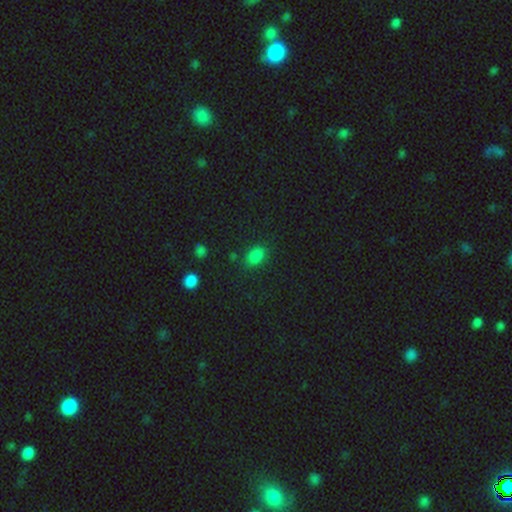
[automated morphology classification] Smooth or featured? smooth (79%)
How rounded? in between (80%)
Merging? none (80%)